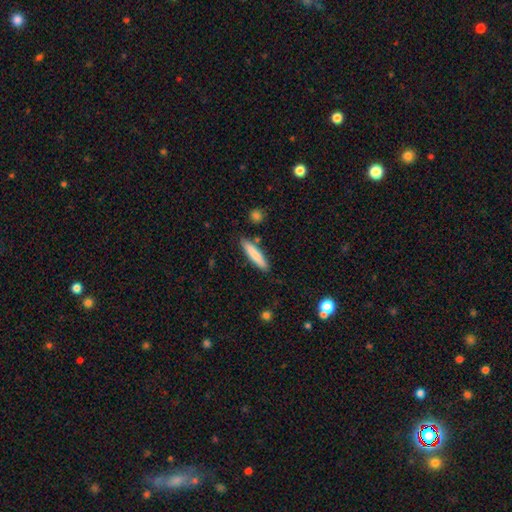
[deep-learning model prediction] The model was most divided on "smooth or featured": smooth: 80%, featured or disk: 14%, star or artifact: 6%. More confident: how rounded — cigar-shaped (87%); merging — none (86%).